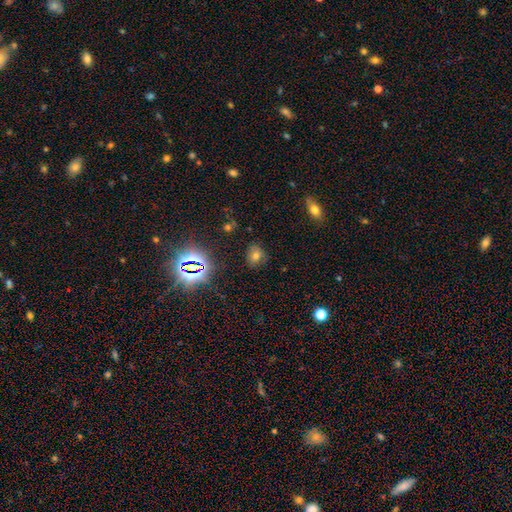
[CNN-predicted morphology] This appears to be a smooth galaxy with no disk features (58%) that is round (59%). Merging: none (81%).